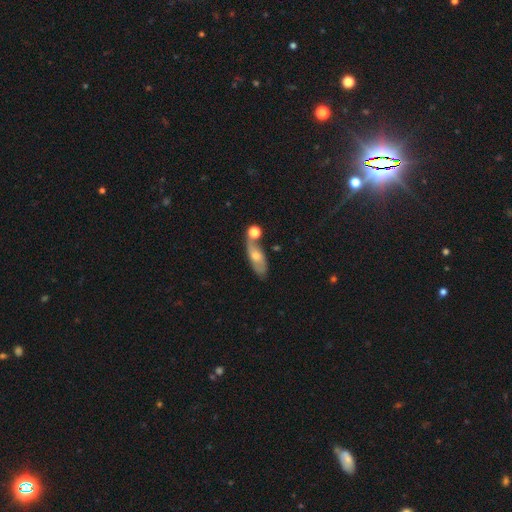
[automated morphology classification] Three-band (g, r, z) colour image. It shows a featured or disk galaxy (48%). Merging: none (55%).